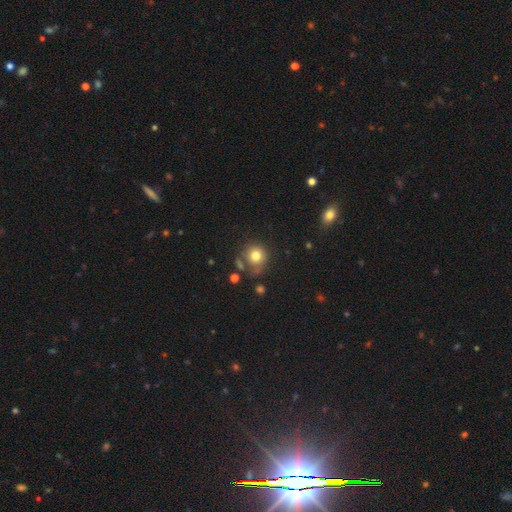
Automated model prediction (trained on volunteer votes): smooth-or-featured: smooth: 78% | featured or disk: 12% | star or artifact: 11%
  how-rounded: round: 86% | in between: 13% | cigar-shaped: 1%
  merging: none: 56% | minor disturbance: 21% | major disturbance: 12% | merger: 11%